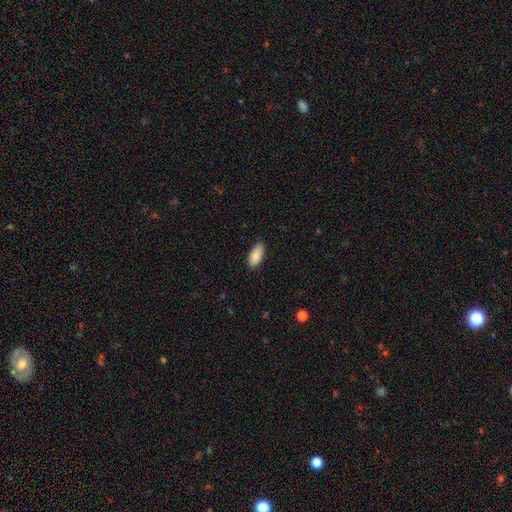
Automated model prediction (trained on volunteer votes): smooth_or_featured: smooth (p=0.88) [alt: star or artifact p=0.06]
how_rounded: in between (p=0.91) [alt: cigar-shaped p=0.07]
merging: none (p=0.86) [alt: minor disturbance p=0.11]